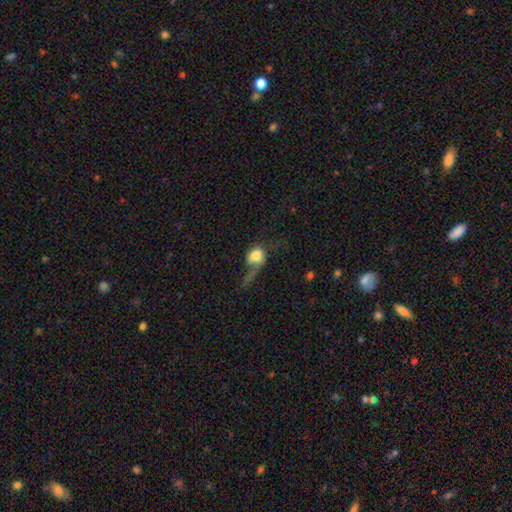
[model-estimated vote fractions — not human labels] This appears to be a smooth galaxy with no disk features (65%) that is round (51%). Merging: major disturbance (54%).